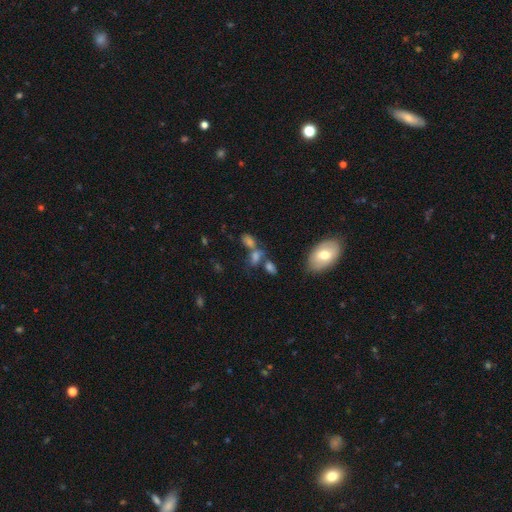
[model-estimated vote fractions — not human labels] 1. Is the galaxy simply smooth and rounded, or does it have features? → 56% smooth, 22% featured or disk, 21% star or artifact.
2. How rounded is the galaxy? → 71% in between, 19% round, 10% cigar-shaped.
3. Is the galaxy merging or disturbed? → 45% none, 35% merger, 12% minor disturbance, 8% major disturbance.